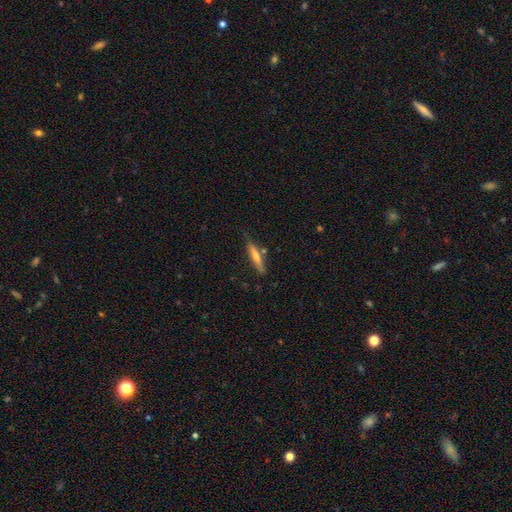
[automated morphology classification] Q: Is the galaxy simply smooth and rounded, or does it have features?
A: featured or disk — 53%.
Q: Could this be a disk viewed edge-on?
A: yes — 94%.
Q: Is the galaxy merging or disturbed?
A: none — 81%.